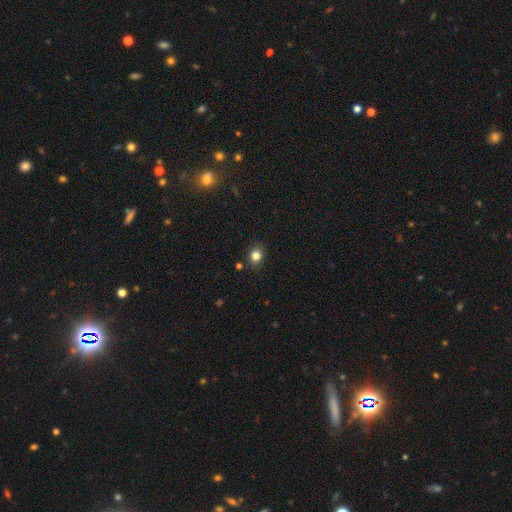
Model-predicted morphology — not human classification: Smooth or featured? Predicted: smooth (p=0.82). How rounded? Predicted: round (p=0.65). Merging? Predicted: none (p=0.87).